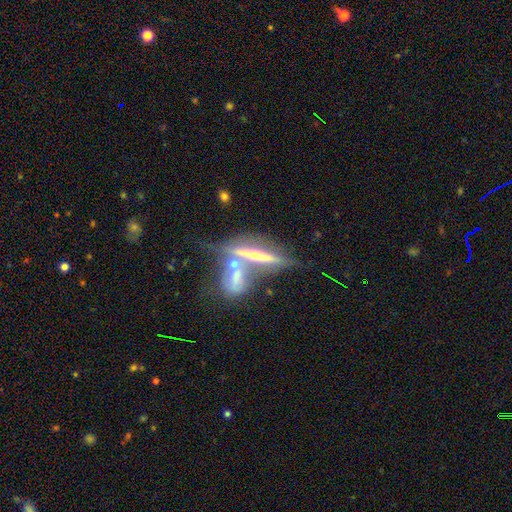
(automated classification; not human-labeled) smooth-or-featured: featured or disk: 69% | smooth: 23% | star or artifact: 8%
  disk-edge-on: yes: 84% | no: 16%
    edge-on-bulge: rounded: 61% | none: 30% | boxy: 9%
  merging: merger: 44% | none: 37% | minor disturbance: 12% | major disturbance: 7%